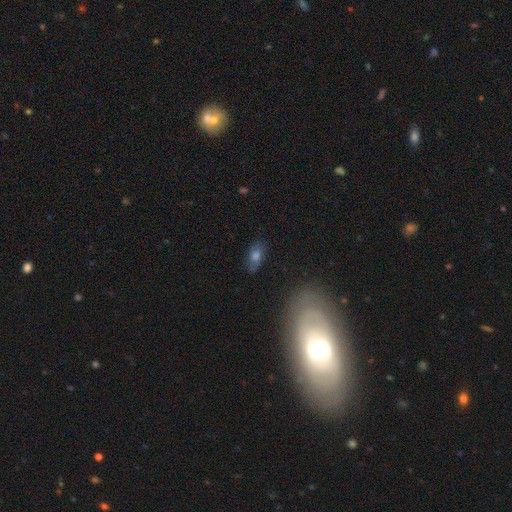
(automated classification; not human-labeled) Smooth or featured: smooth — 66% (featured or disk — 21%)
How rounded: in between — 84% (round — 10%)
Merging: none — 73% (minor disturbance — 18%)